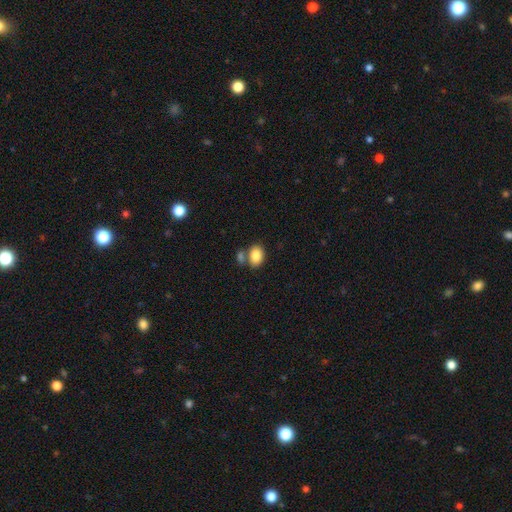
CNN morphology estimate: Overall: smooth (84%). How rounded: in between (76%). Merging: none (58%; merger 27%).